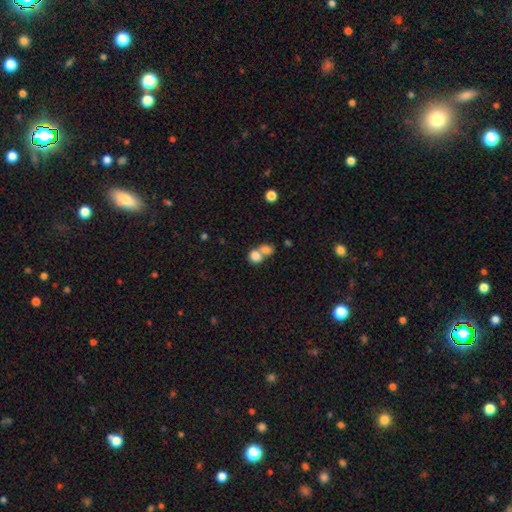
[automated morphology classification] smooth_or_featured: smooth (p=0.81) [alt: star or artifact p=0.10]
how_rounded: round (p=0.71) [alt: in between p=0.28]
merging: merger (p=0.61) [alt: none p=0.30]